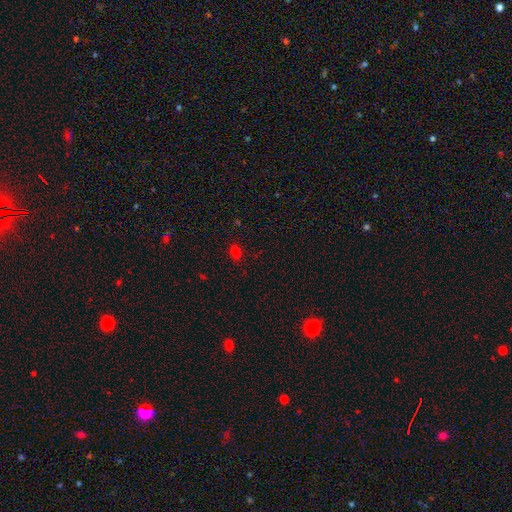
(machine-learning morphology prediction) Q: Smooth or featured?
A: smooth (70%); runner-up: star or artifact (26%)
Q: How rounded?
A: in between (52%); runner-up: round (47%)
Q: Merging?
A: none (86%); runner-up: minor disturbance (10%)